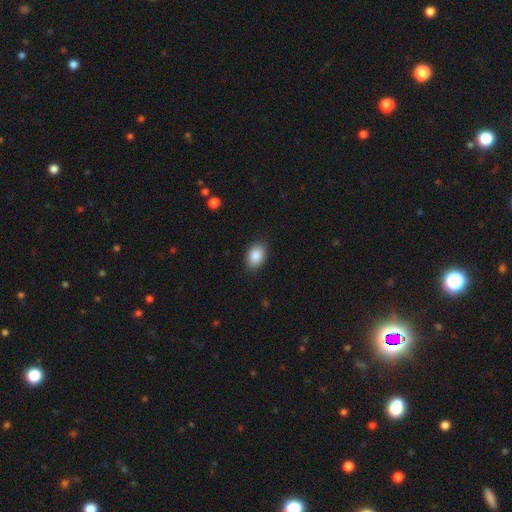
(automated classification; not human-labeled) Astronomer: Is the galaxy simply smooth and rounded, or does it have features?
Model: smooth — 88%.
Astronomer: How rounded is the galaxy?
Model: in between — 86%.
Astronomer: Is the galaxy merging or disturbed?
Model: none — 87%.